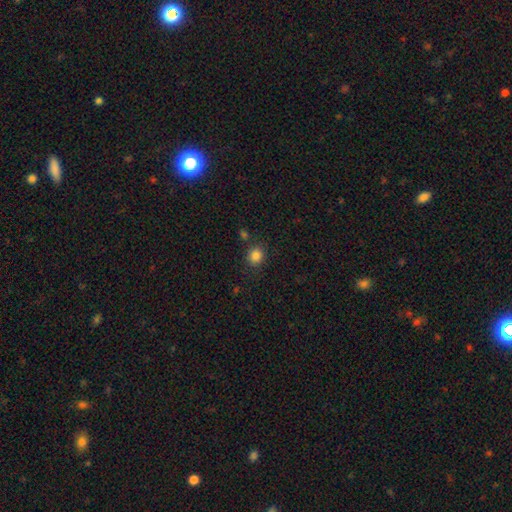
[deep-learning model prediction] smooth-or-featured: smooth: 84% | star or artifact: 12% | featured or disk: 4%
  how-rounded: round: 79% | in between: 20% | cigar-shaped: 1%
  merging: none: 82% | minor disturbance: 9% | merger: 5% | major disturbance: 3%